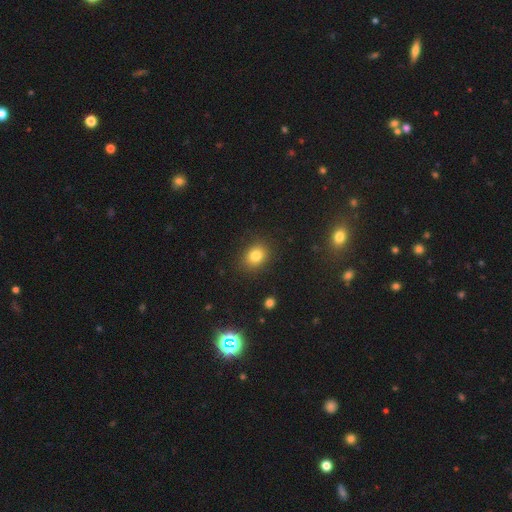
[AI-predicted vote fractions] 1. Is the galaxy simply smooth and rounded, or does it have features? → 80% smooth, 12% star or artifact, 7% featured or disk.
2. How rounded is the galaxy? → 61% round, 38% in between, 1% cigar-shaped.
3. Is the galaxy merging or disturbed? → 86% none, 10% minor disturbance, 3% major disturbance, 1% merger.